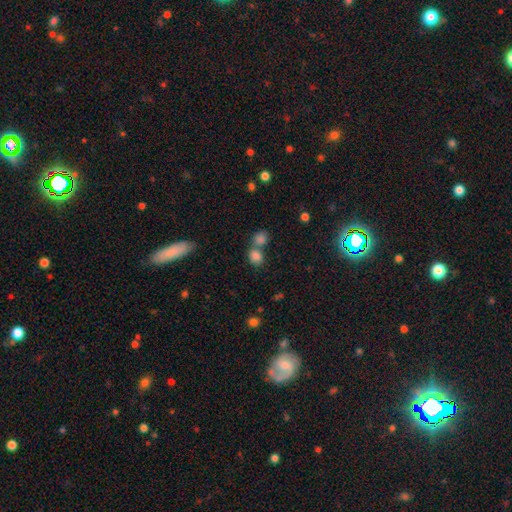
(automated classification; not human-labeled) smooth 83%, star or artifact 11%, featured or disk 6%. Down the decision tree: how rounded — round (57%); merging — merger (44%, tied with none).